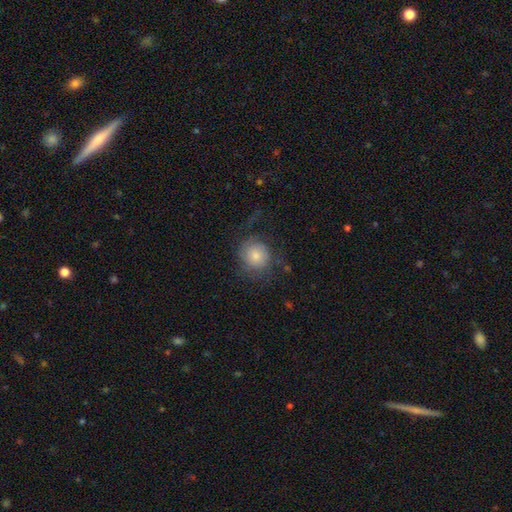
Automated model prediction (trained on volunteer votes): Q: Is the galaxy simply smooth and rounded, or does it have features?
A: smooth — 64%.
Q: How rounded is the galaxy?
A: round — 86%.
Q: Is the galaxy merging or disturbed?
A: none — 57%.